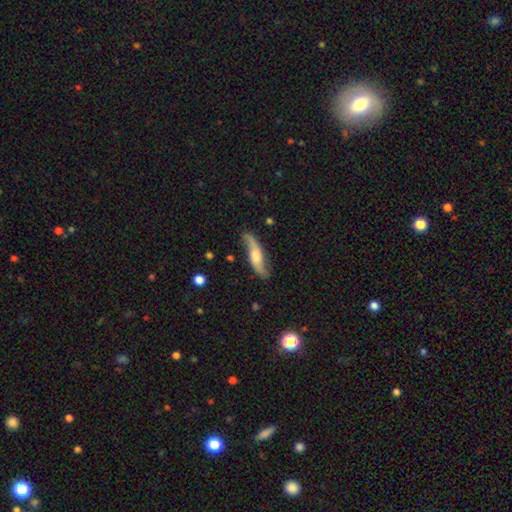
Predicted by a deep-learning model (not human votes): Smooth or featured? featured or disk (76%)
Edge-on disk? no (76%)
Bar? no (54%)
Spiral arms? yes (95%)
Spiral winding? loose (77%)
Spiral arm count? 2 (92%)
Bulge size? moderate (37%)
Merging? none (78%)